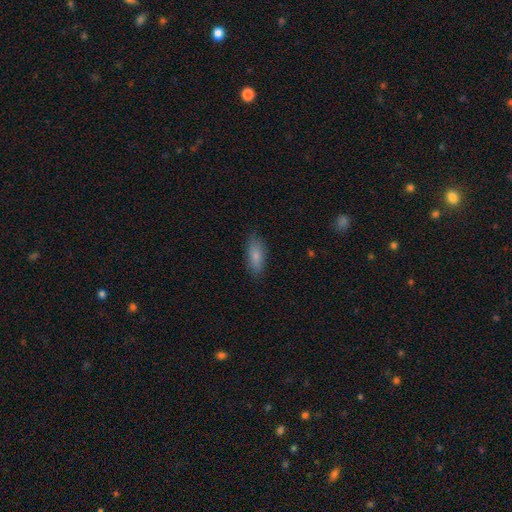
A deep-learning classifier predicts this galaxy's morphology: smooth-or-featured: smooth: 83% | featured or disk: 11% | star or artifact: 6%
  how-rounded: in between: 78% | cigar-shaped: 19% | round: 2%
  merging: none: 83% | minor disturbance: 13% | major disturbance: 3% | merger: 1%